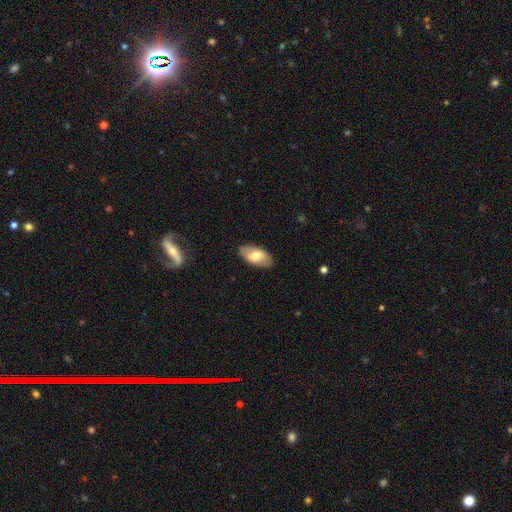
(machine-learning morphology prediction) Overall: smooth (66%; featured or disk 28%). How rounded: in between (94%). Merging: none (86%).